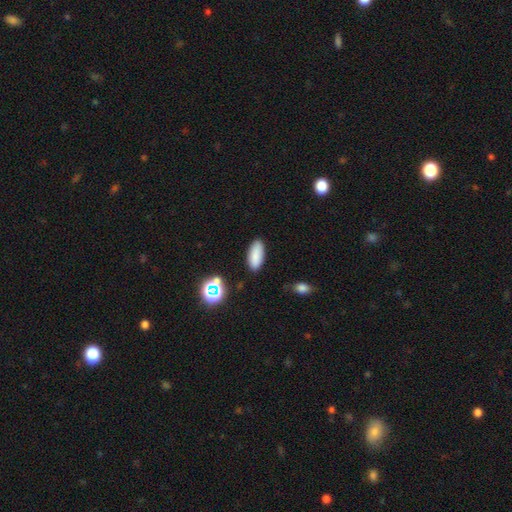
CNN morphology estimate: smooth_or_featured: smooth (p=0.84) [alt: star or artifact p=0.09]
how_rounded: in between (p=0.83) [alt: cigar-shaped p=0.15]
merging: none (p=0.86) [alt: minor disturbance p=0.10]